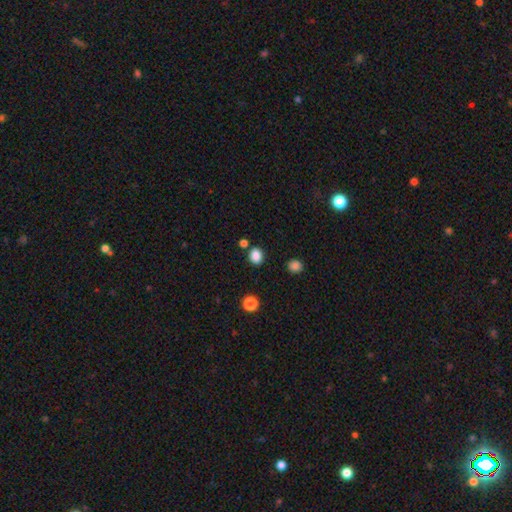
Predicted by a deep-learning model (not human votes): This is clearly a smooth galaxy (85%). How rounded: possibly round (57%). Merging: clearly none (81%).